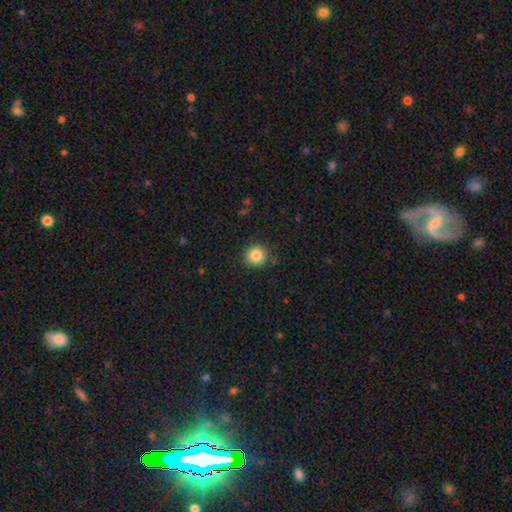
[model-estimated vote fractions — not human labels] Overall: smooth (83%). How rounded: round (94%). Merging: none (89%).